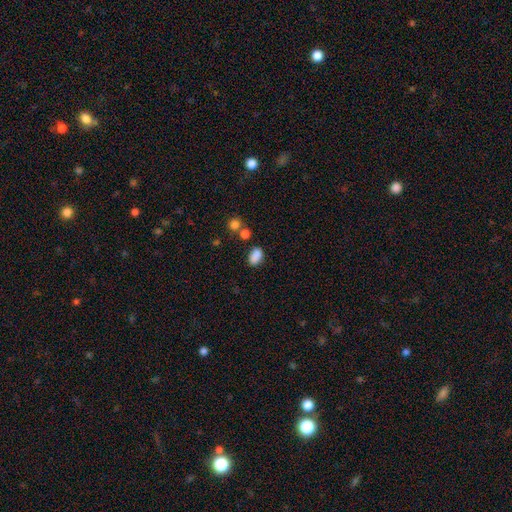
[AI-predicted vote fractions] Q: Smooth or featured?
A: smooth (84%); runner-up: star or artifact (11%)
Q: How rounded?
A: in between (85%); runner-up: round (13%)
Q: Merging?
A: none (65%); runner-up: minor disturbance (17%)